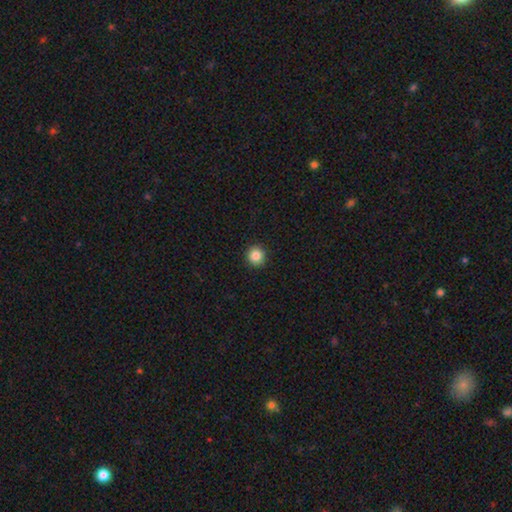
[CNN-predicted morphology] Smooth or featured: smooth — 85% (star or artifact — 10%)
How rounded: round — 91% (in between — 8%)
Merging: none — 92% (minor disturbance — 5%)